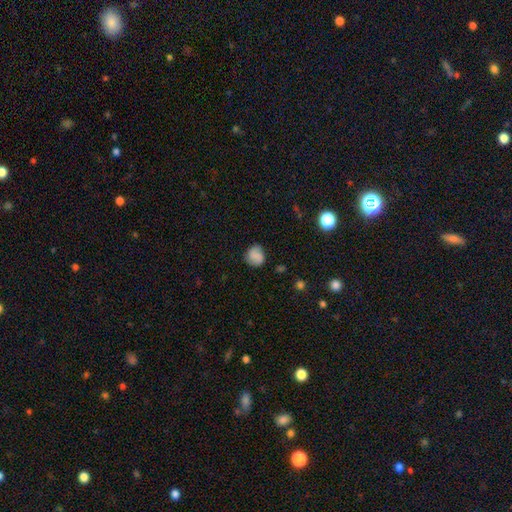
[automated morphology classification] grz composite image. It shows a smooth galaxy with no disk features (73%) that is round (76%). Merging: none (73%).